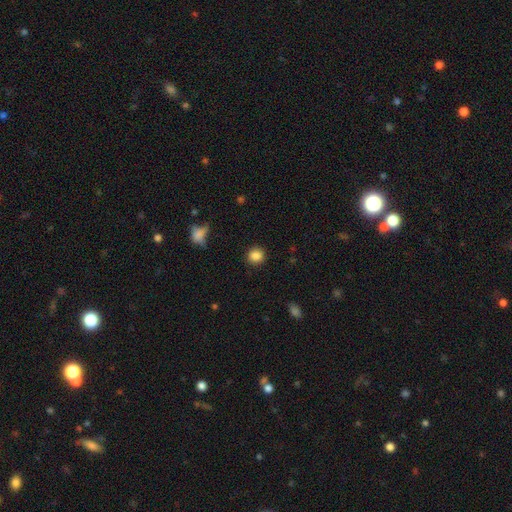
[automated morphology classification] The model was most divided on "how rounded": round: 88%, in between: 11%, cigar-shaped: 1%. More confident: merging — none (90%); smooth or featured — smooth (86%).